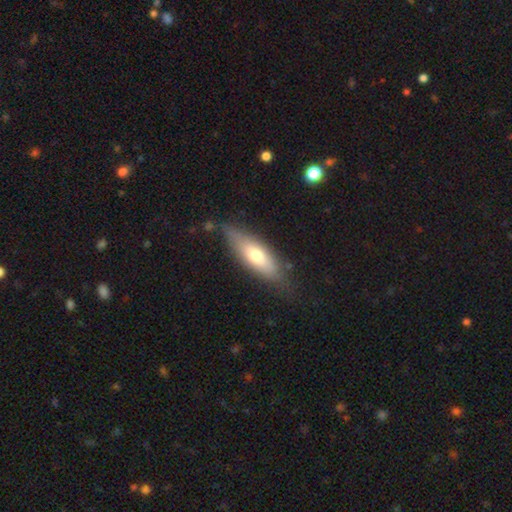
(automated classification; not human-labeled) Smooth or featured? smooth (61%)
How rounded? in between (55%)
Merging? none (71%)